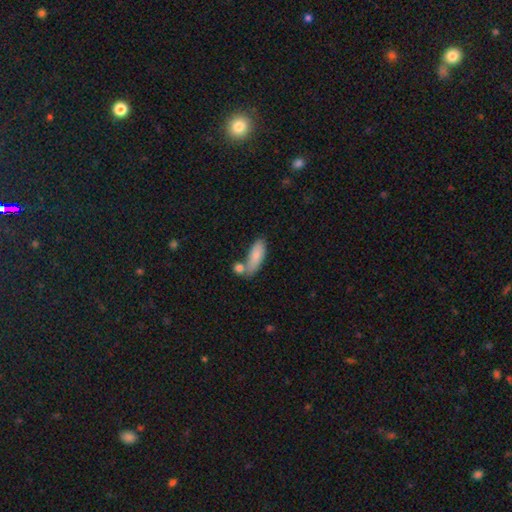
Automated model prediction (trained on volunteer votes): The model was most divided on "merging": none: 51%, merger: 27%, minor disturbance: 17%, major disturbance: 5%. More confident: smooth or featured — smooth (82%); how rounded — in between (71%).